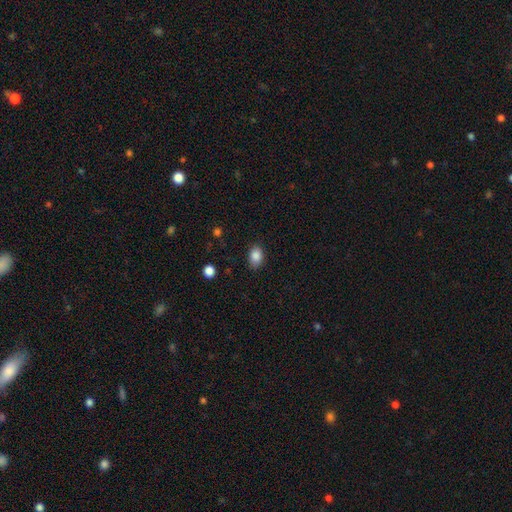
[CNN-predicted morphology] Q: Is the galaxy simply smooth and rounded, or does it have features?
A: smooth — 86%.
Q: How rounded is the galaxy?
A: in between — 76%.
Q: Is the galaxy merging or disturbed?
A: none — 83%.